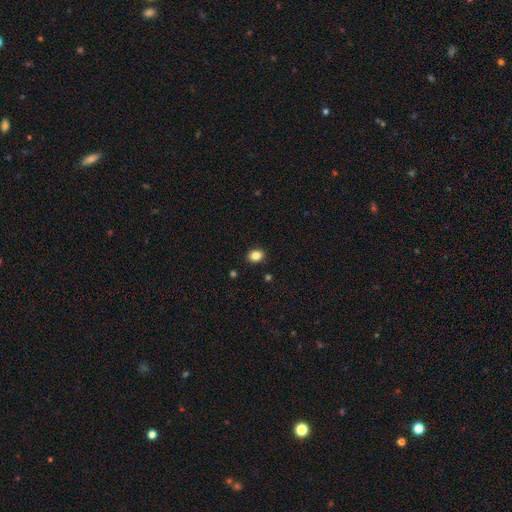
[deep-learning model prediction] smooth 85%, star or artifact 10%, featured or disk 5%. Down the decision tree: how rounded — round (50%); merging — none (90%).